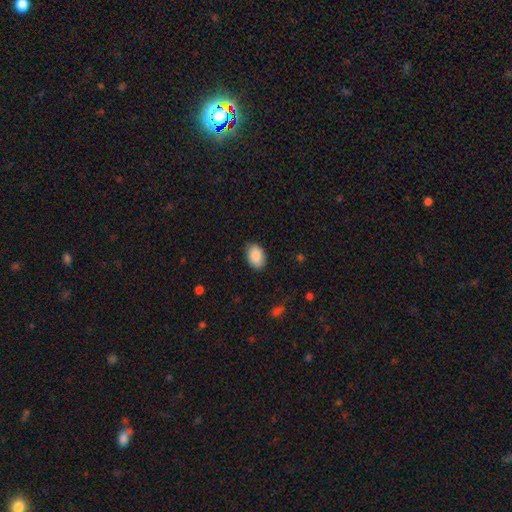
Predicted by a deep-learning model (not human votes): Q: Smooth or featured?
A: smooth (89%); runner-up: star or artifact (6%)
Q: How rounded?
A: in between (88%); runner-up: round (10%)
Q: Merging?
A: none (83%); runner-up: minor disturbance (13%)